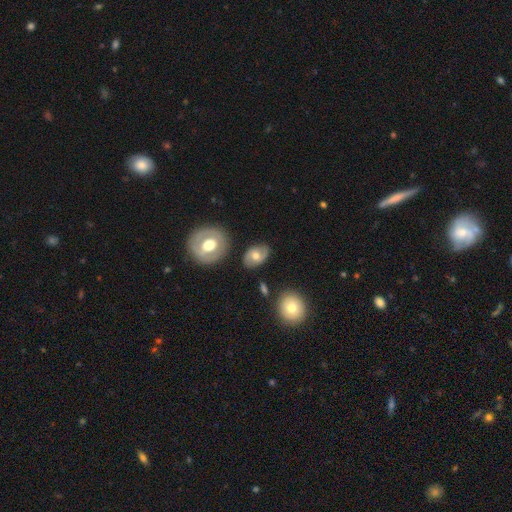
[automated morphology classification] Smooth or featured? featured or disk (47%)
Merging? none (79%)